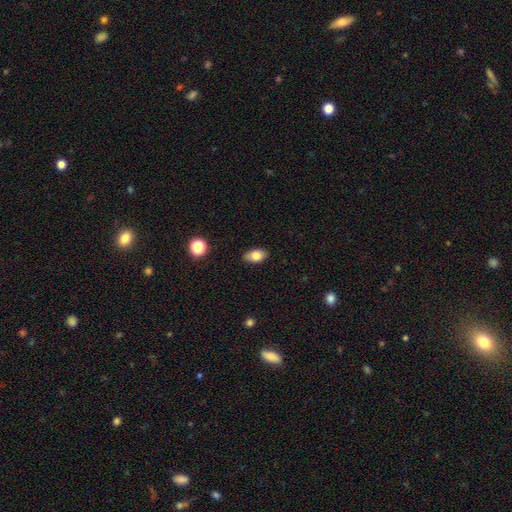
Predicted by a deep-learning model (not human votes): Smooth or featured? smooth (80%)
How rounded? in between (89%)
Merging? none (85%)